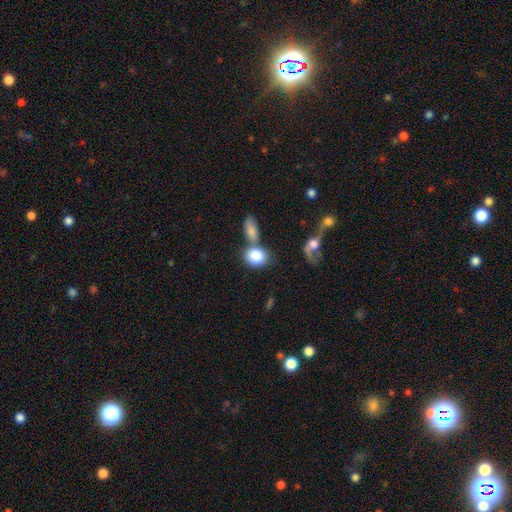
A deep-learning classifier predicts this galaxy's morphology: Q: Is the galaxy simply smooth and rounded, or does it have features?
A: smooth — 81%.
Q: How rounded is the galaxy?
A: in between — 49%, tied with round.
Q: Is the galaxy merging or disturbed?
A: merger — 42%.